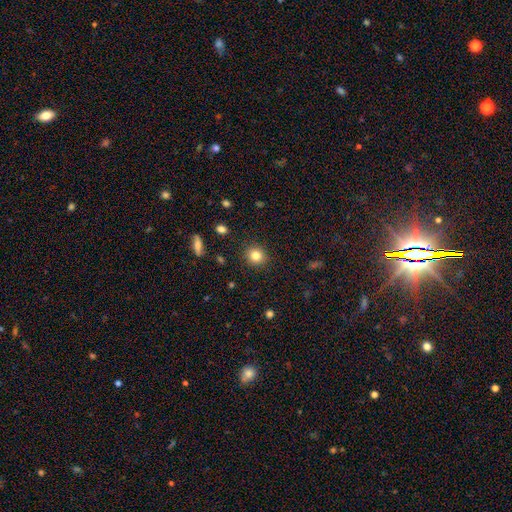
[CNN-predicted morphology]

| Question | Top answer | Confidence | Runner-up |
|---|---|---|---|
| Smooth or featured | smooth | 82% | star or artifact (11%) |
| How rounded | round | 88% | in between (11%) |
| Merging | none | 91% | minor disturbance (6%) |